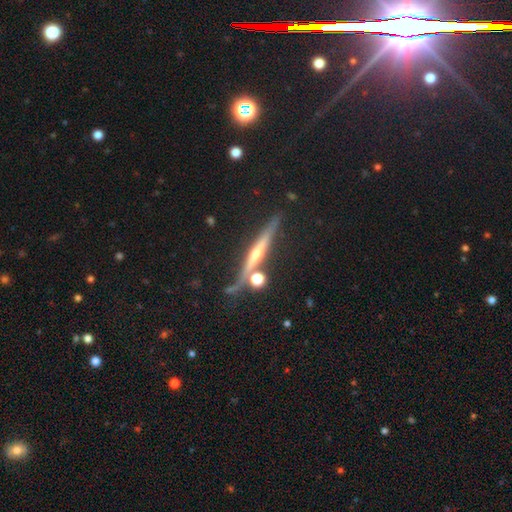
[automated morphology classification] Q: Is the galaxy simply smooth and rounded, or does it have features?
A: featured or disk — 73%.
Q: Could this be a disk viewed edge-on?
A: yes — 97%.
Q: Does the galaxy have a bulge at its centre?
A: rounded — 73%.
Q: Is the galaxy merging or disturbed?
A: none — 80%.